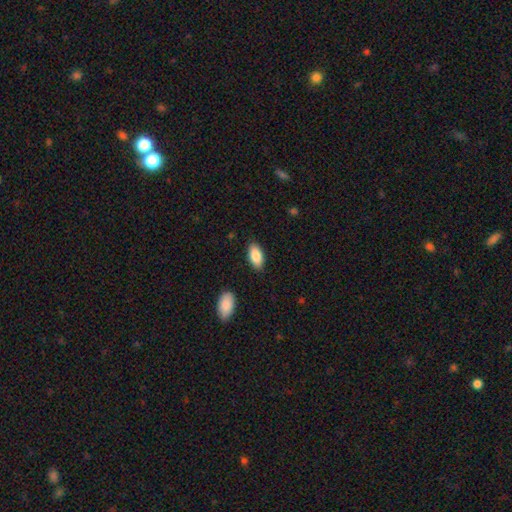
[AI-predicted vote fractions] Smooth or featured: smooth — 87% (featured or disk — 7%)
How rounded: in between — 91% (cigar-shaped — 7%)
Merging: none — 86% (minor disturbance — 10%)